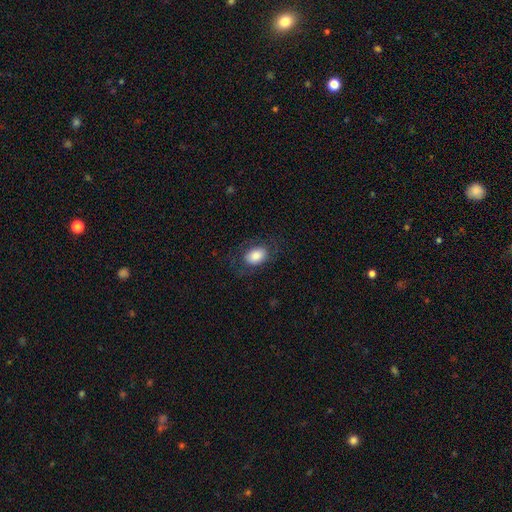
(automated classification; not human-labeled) Smooth or featured? smooth (79%)
How rounded? in between (84%)
Merging? none (73%)